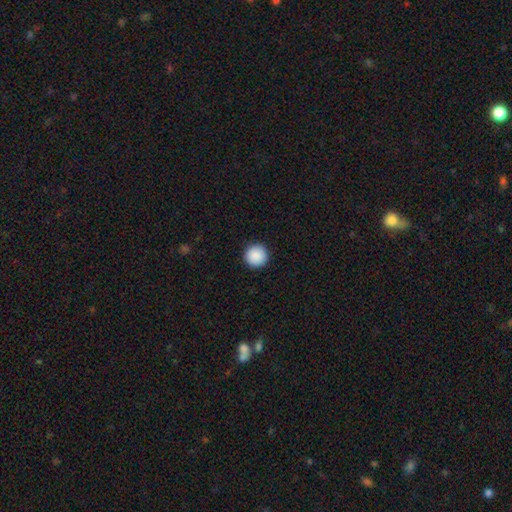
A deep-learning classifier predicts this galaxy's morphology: This is clearly a smooth galaxy (90%). How rounded: clearly round (96%). Merging: clearly none (93%).